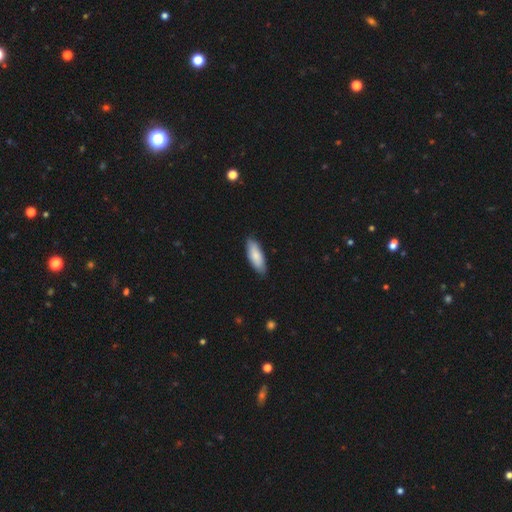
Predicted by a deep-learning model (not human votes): Smooth or featured? smooth (84%)
How rounded? in between (69%)
Merging? none (85%)